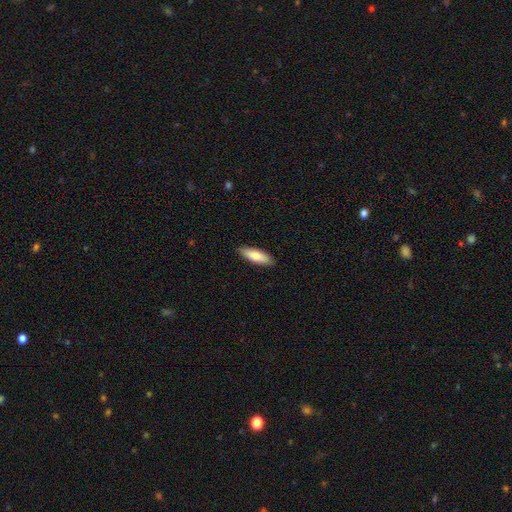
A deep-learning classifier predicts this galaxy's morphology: Smooth or featured: smooth — 79% (featured or disk — 15%)
How rounded: in between — 52% (cigar-shaped — 46%)
Merging: none — 89% (minor disturbance — 9%)